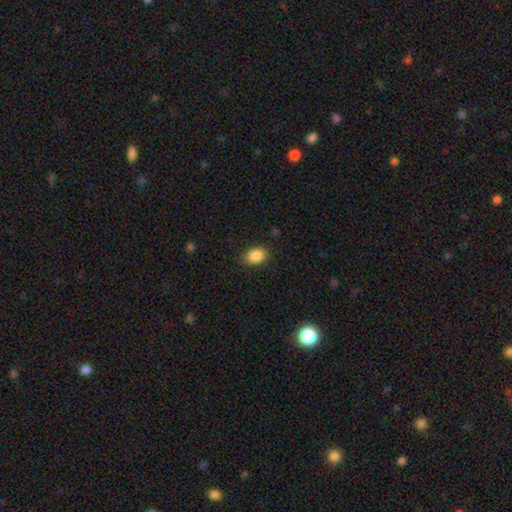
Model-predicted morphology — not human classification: This is clearly a smooth galaxy (87%). How rounded: likely in between (76%). Merging: clearly none (86%).